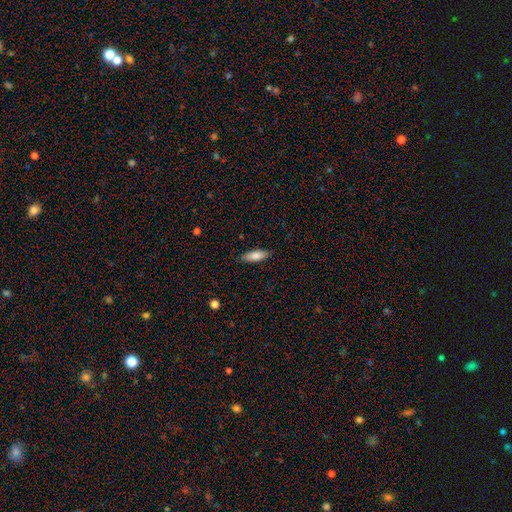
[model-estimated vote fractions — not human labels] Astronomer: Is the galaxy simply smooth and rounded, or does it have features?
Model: smooth — 83%.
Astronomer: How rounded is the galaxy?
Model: in between — 67%.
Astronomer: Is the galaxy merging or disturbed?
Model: none — 85%.